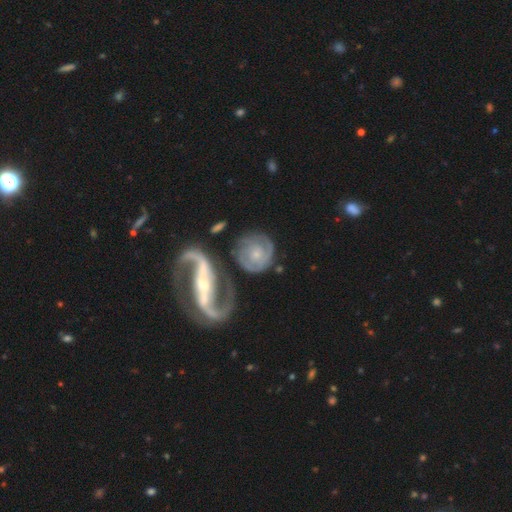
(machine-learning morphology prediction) smooth_or_featured: featured or disk (p=0.77) [alt: smooth p=0.18]
disk_edge_on: no (p=0.96) [alt: yes p=0.04]
bar: no (p=0.62) [alt: weak p=0.25]
has_spiral_arms: yes (p=0.91) [alt: no p=0.09]
spiral_winding: tight (p=0.41) [alt: medium p=0.38]
spiral_arm_count: 2 (p=0.77) [alt: can't tell p=0.09]
bulge_size: small (p=0.64) [alt: moderate p=0.29]
merging: none (p=0.60) [alt: minor disturbance p=0.16]